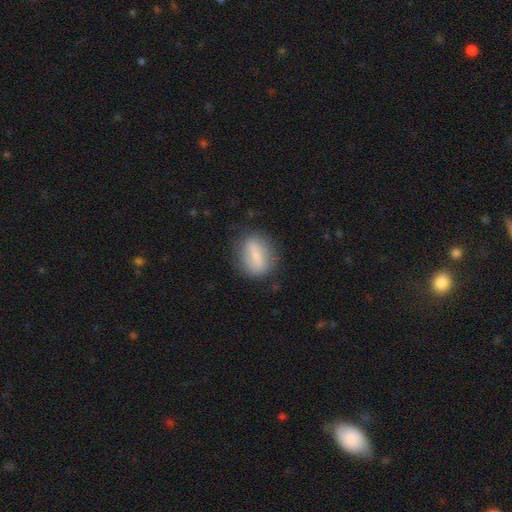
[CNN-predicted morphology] Smooth or featured? smooth (58%)
How rounded? in between (62%)
Merging? none (76%)